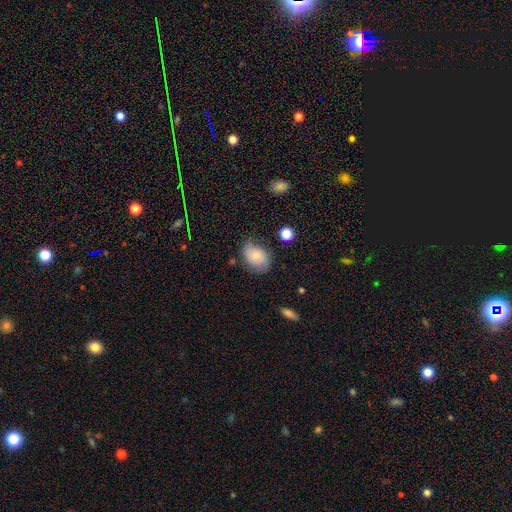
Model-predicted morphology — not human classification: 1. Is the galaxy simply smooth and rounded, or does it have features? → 66% smooth, 25% featured or disk, 8% star or artifact.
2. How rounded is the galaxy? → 76% in between, 23% round, 1% cigar-shaped.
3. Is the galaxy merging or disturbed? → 60% none, 29% minor disturbance, 9% major disturbance, 2% merger.